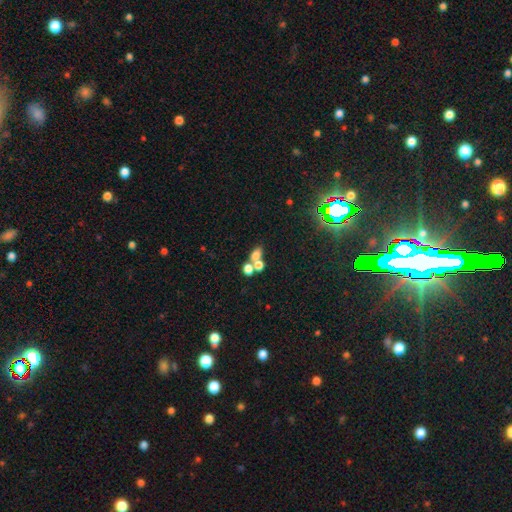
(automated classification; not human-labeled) smooth 64%, star or artifact 18%, featured or disk 18%. Down the decision tree: how rounded — in between (62%); merging — merger (55%).